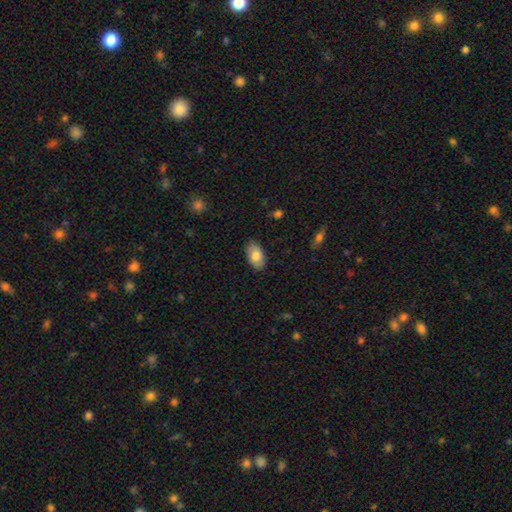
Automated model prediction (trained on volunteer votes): Smooth or featured? Predicted: smooth (p=0.82). How rounded? Predicted: in between (p=0.94). Merging? Predicted: none (p=0.85).